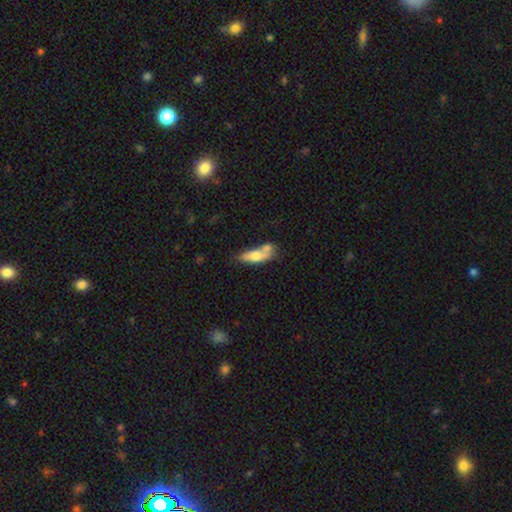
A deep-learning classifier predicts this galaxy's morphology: Smooth or featured? smooth (62%)
How rounded? in between (59%)
Merging? merger (38%)